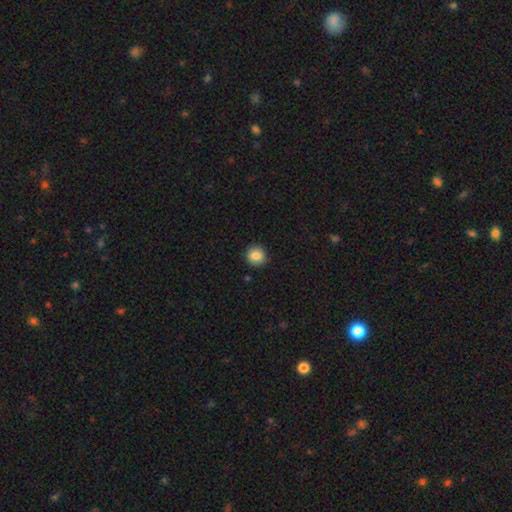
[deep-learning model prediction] Q: Smooth or featured?
A: smooth (86%); runner-up: star or artifact (9%)
Q: How rounded?
A: round (89%); runner-up: in between (11%)
Q: Merging?
A: none (89%); runner-up: minor disturbance (8%)